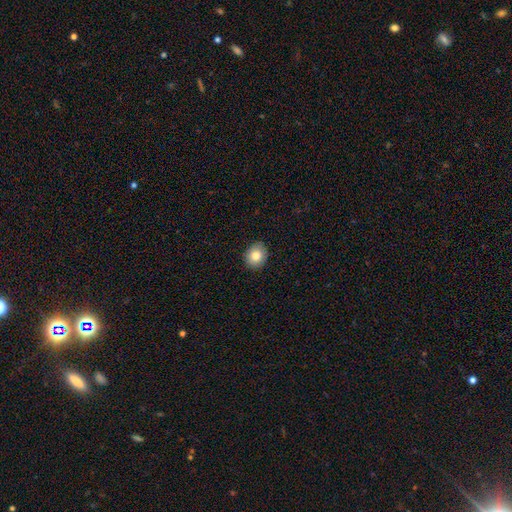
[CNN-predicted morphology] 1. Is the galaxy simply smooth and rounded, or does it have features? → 82% smooth, 9% featured or disk, 9% star or artifact.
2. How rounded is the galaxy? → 64% round, 35% in between, 1% cigar-shaped.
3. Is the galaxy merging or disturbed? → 88% none, 9% minor disturbance, 2% major disturbance, 1% merger.